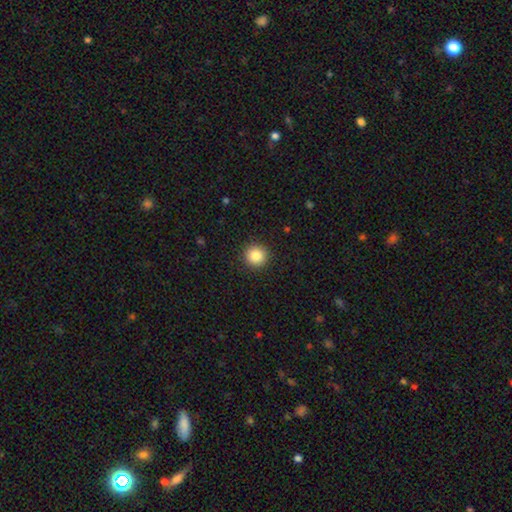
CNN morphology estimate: This is clearly a smooth galaxy (85%). How rounded: clearly round (94%). Merging: clearly none (92%).